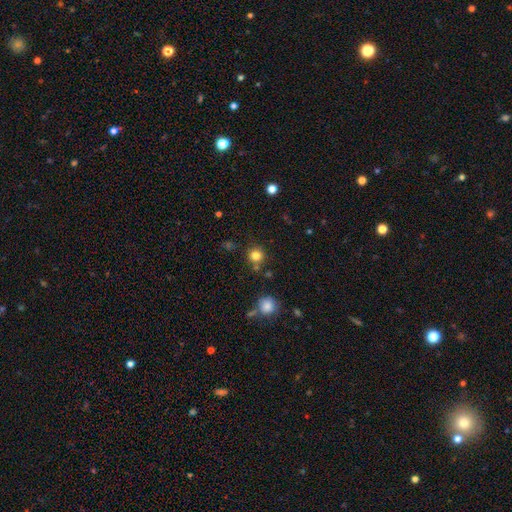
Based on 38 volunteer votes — Q: Smooth or featured?
A: smooth (79%); runner-up: featured or disk (13%)
Q: How rounded?
A: round (93%); runner-up: in between (7%)
Q: Merging?
A: none (69%); runner-up: merger (20%)